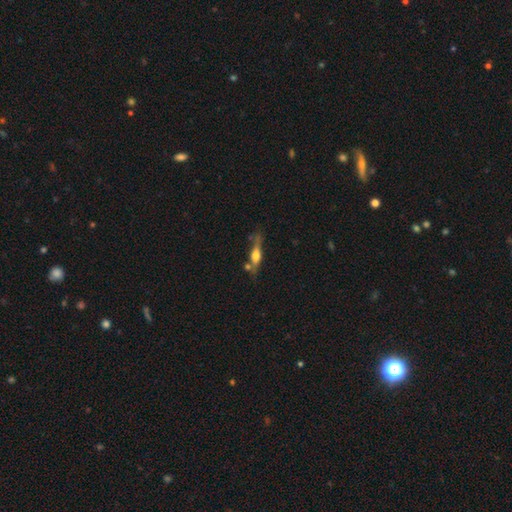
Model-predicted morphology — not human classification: Smooth or featured? Predicted: featured or disk (p=0.53). Edge-on disk? Predicted: yes (p=0.87). Merging? Predicted: none (p=0.57).